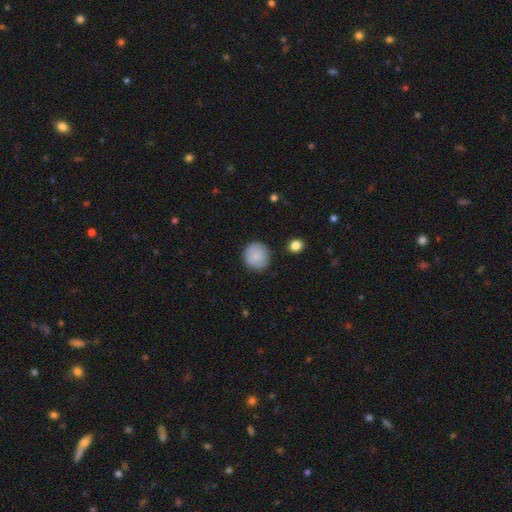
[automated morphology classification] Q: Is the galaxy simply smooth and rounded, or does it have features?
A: smooth — 87%.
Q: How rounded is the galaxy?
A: round — 93%.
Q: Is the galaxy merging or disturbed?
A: none — 87%.